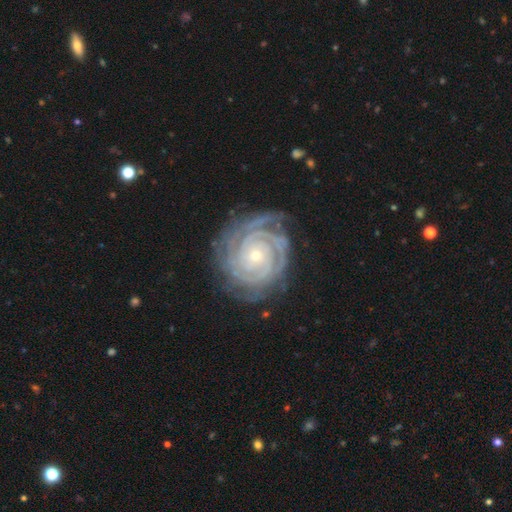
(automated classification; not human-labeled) smooth-or-featured: featured or disk: 92% | star or artifact: 5% | smooth: 3%
  disk-edge-on: no: 98% | yes: 2%
    bar: no: 76% | weak: 15% | strong: 8%
    has-spiral-arms: yes: 99% | no: 1%
      spiral-winding: tight: 87% | medium: 11% | loose: 1%
      spiral-arm-count: 4: 25% | 3: 24% | 2: 18% | can't tell: 14% | more than 4: 12% | 1: 7%
    bulge-size: small: 74% | moderate: 23% | large: 1% | none: 1% | dominant: 1%
  merging: none: 79% | minor disturbance: 15% | major disturbance: 5% | merger: 1%